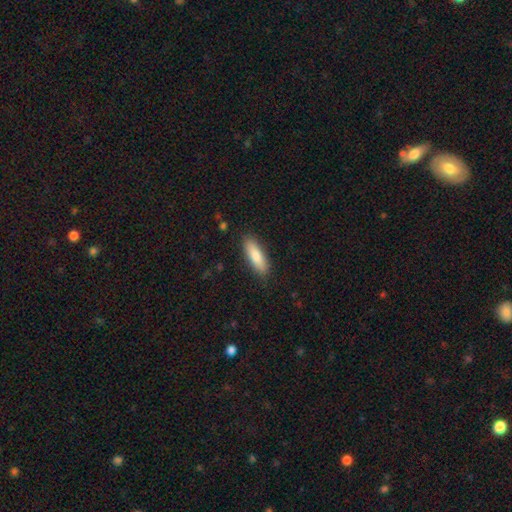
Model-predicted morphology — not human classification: The model was most divided on "how rounded": in between: 51%, cigar-shaped: 47%, round: 2%. More confident: merging — none (87%); smooth or featured — smooth (82%).